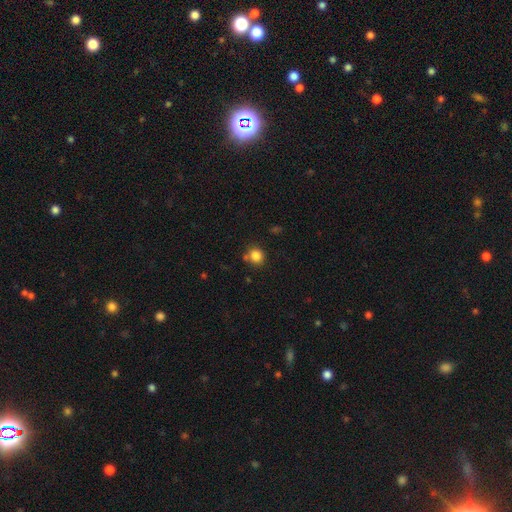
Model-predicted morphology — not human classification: Smooth or featured? Predicted: smooth (p=0.84). How rounded? Predicted: round (p=0.86). Merging? Predicted: none (p=0.76).